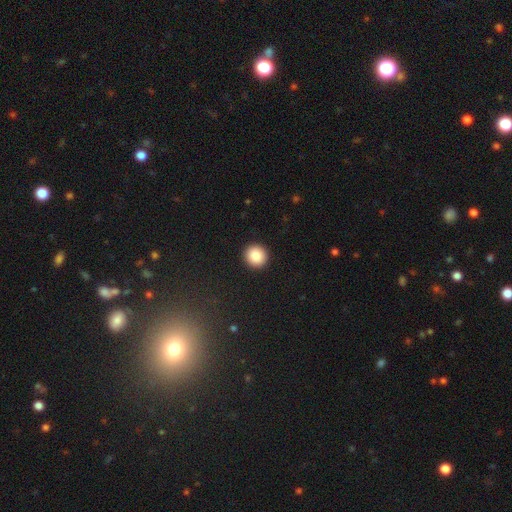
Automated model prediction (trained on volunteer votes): This is clearly a smooth galaxy (86%). How rounded: clearly round (94%). Merging: clearly none (93%).